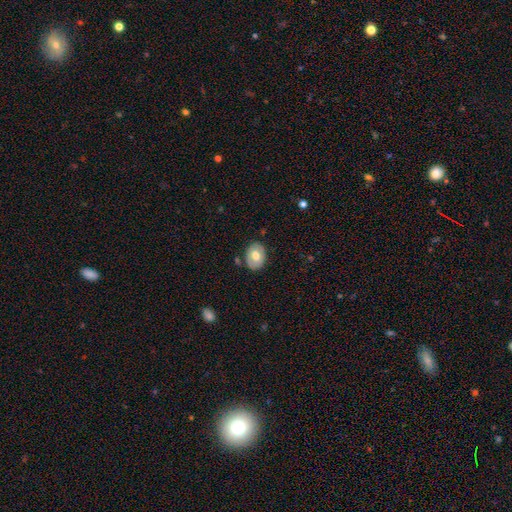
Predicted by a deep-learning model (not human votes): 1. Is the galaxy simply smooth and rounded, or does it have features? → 63% smooth, 30% featured or disk, 7% star or artifact.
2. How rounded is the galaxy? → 72% in between, 27% round, 1% cigar-shaped.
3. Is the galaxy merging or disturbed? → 81% none, 13% minor disturbance, 3% major disturbance, 3% merger.